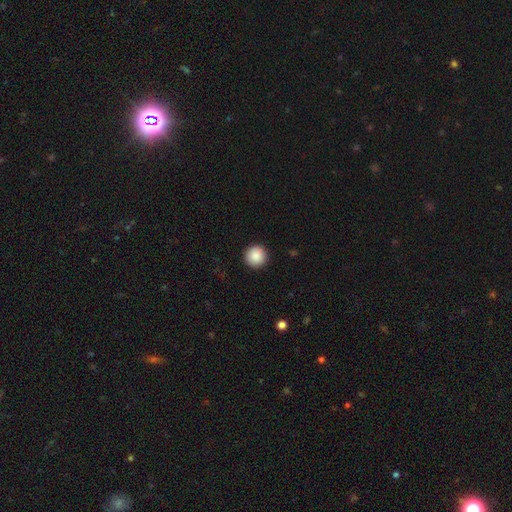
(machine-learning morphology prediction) Overall: smooth (89%). How rounded: round (96%). Merging: none (92%).